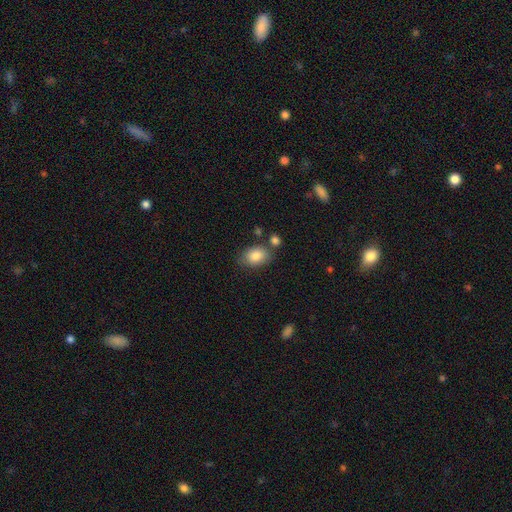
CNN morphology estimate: Smooth or featured? Predicted: smooth (p=0.85). How rounded? Predicted: in between (p=0.78). Merging? Predicted: none (p=0.69).